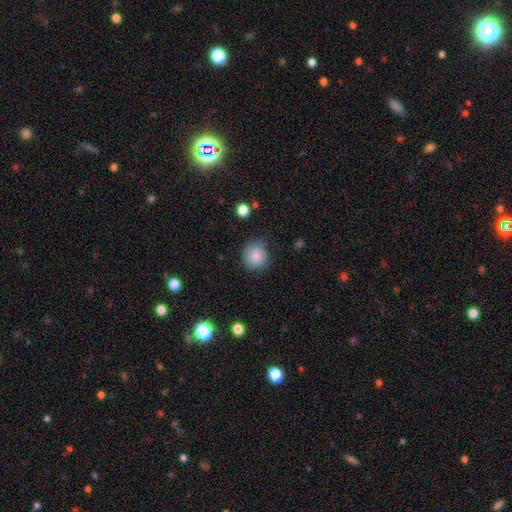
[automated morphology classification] A smooth galaxy with no disk features (84%) that is round (86%).

Vote fractions:
- Smooth or featured? smooth: 84% / star or artifact: 8% / featured or disk: 7%
- How rounded? round: 86% / in between: 13% / cigar-shaped: 1%
- Merging? none: 76% / minor disturbance: 18% / major disturbance: 4% / merger: 2%